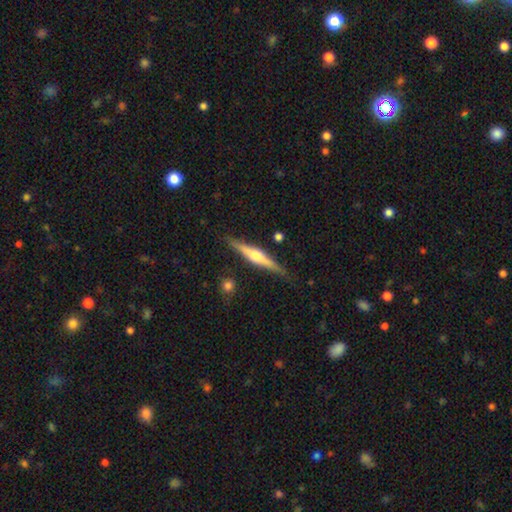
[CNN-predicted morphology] smooth_or_featured: featured or disk (p=0.72) [alt: smooth p=0.22]
disk_edge_on: yes (p=0.98) [alt: no p=0.02]
edge_on_bulge: rounded (p=0.87) [alt: boxy p=0.08]
merging: none (p=0.87) [alt: minor disturbance p=0.10]